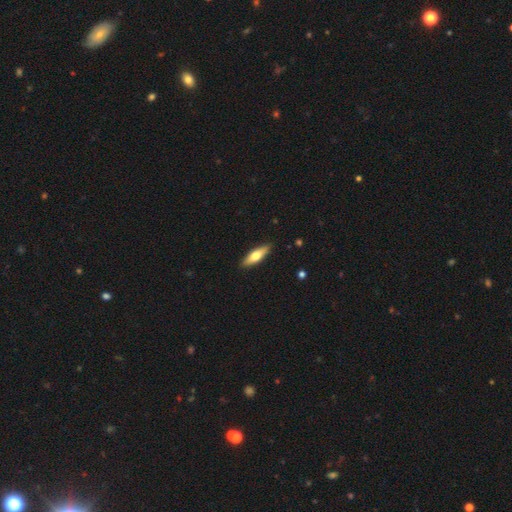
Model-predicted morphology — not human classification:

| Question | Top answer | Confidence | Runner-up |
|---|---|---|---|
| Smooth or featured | smooth | 62% | featured or disk (33%) |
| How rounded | cigar-shaped | 53% | in between (45%) |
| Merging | none | 89% | minor disturbance (9%) |